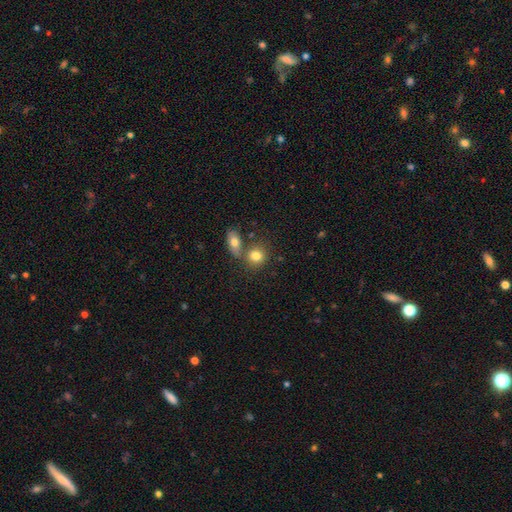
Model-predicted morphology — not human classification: A smooth galaxy with no disk features (80%) that is round (62%).

Vote fractions:
- Smooth or featured? smooth: 80% / featured or disk: 10% / star or artifact: 10%
- How rounded? round: 62% / in between: 36% / cigar-shaped: 2%
- Merging? none: 52% / merger: 35% / minor disturbance: 10% / major disturbance: 3%